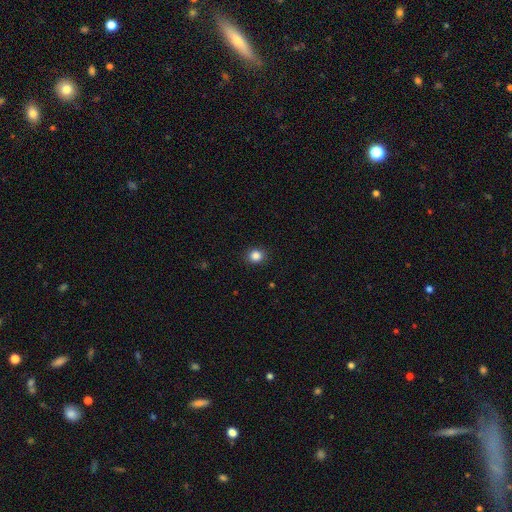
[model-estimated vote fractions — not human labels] The model was most divided on "how rounded": round: 84%, in between: 15%, cigar-shaped: 1%. More confident: merging — none (91%); smooth or featured — smooth (85%).